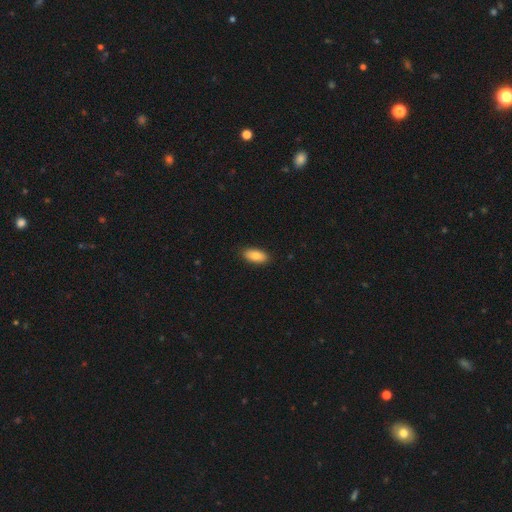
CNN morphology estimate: A smooth galaxy with no disk features (86%) that is in between round and cigar-shaped (91%).

Vote fractions:
- Smooth or featured? smooth: 86% / featured or disk: 8% / star or artifact: 7%
- How rounded? in between: 91% / cigar-shaped: 7% / round: 2%
- Merging? none: 88% / minor disturbance: 9% / major disturbance: 2% / merger: 1%